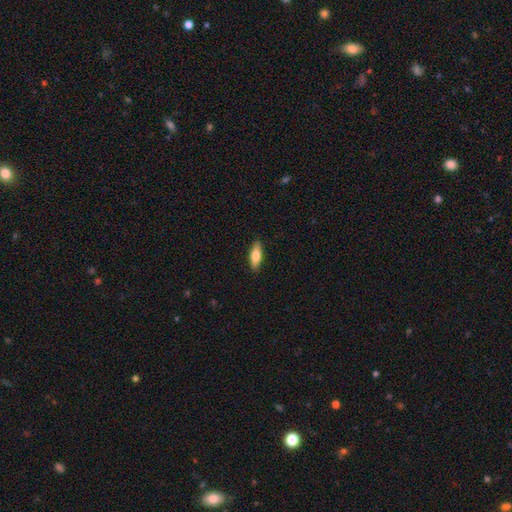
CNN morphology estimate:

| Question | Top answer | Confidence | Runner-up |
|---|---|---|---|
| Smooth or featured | smooth | 72% | featured or disk (23%) |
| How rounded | in between | 63% | cigar-shaped (34%) |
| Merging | none | 89% | minor disturbance (8%) |